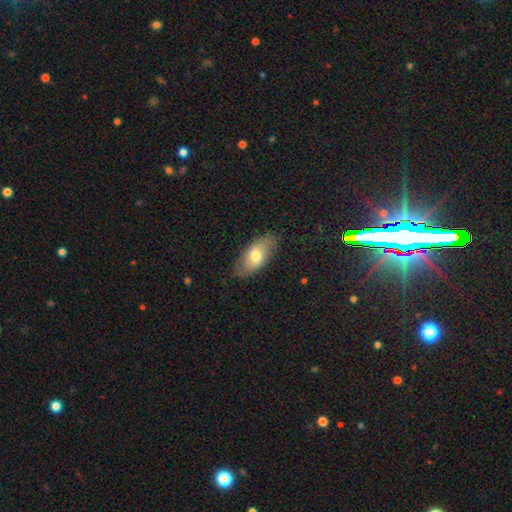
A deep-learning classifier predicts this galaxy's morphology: Smooth or featured?
  - smooth: 63% *
  - featured or disk: 31%
  - star or artifact: 6%
How rounded?
  - in between: 91% *
  - cigar-shaped: 5%
  - round: 4%
Merging?
  - none: 79% *
  - minor disturbance: 16%
  - major disturbance: 4%
  - merger: 1%